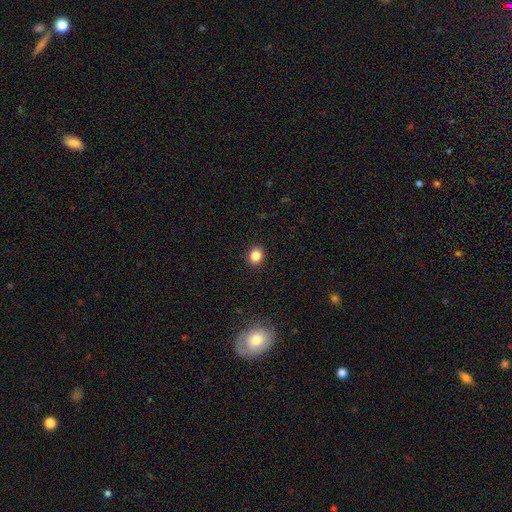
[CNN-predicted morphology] type=smooth (85%); roundness=round (65%); merging=none (91%).